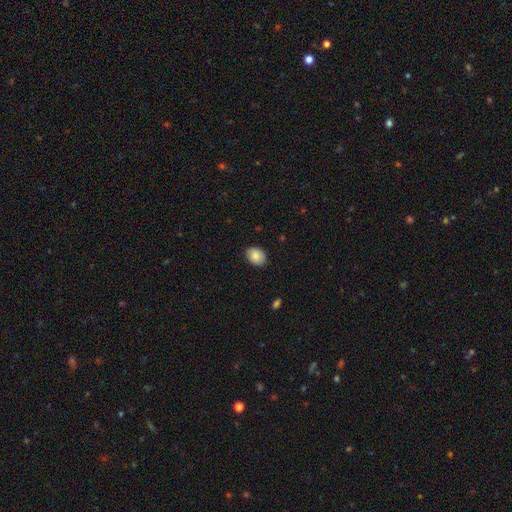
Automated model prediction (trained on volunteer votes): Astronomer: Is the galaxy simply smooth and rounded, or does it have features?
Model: smooth — 87%.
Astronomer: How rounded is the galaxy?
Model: in between — 58% (runner-up: round, 41%).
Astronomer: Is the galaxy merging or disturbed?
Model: none — 85%.